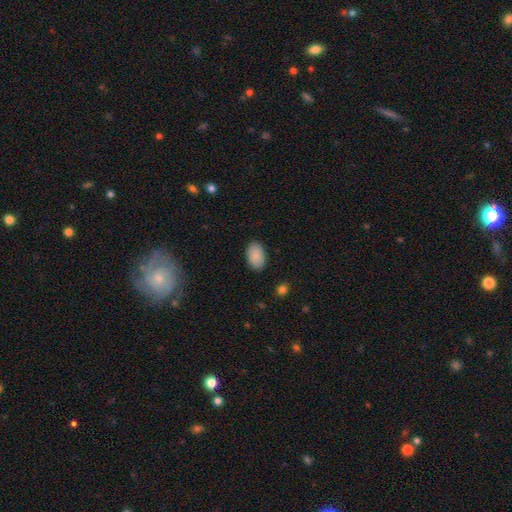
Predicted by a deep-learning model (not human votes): Smooth or featured: smooth — 90% (star or artifact — 7%)
How rounded: in between — 92% (round — 7%)
Merging: none — 88% (minor disturbance — 9%)